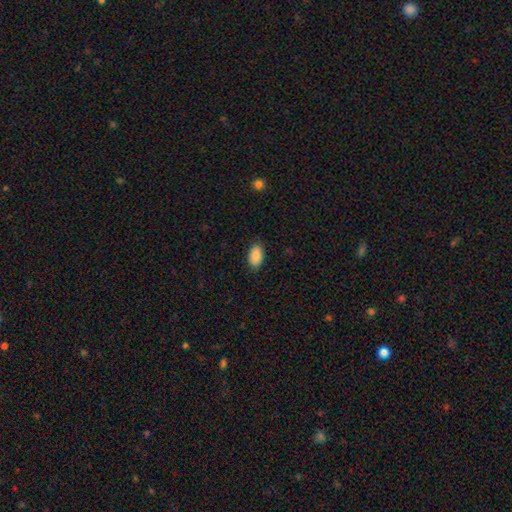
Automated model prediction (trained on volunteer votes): smooth-or-featured: smooth: 88% | star or artifact: 7% | featured or disk: 5%
  how-rounded: in between: 94% | round: 5% | cigar-shaped: 2%
  merging: none: 87% | minor disturbance: 10% | major disturbance: 2% | merger: 1%